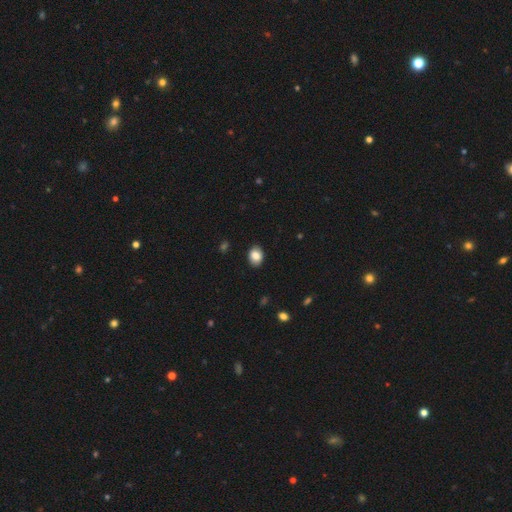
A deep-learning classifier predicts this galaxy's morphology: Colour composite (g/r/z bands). It shows a smooth galaxy with no disk features (85%) that is in between round and cigar-shaped (64%). Merging: none (88%).